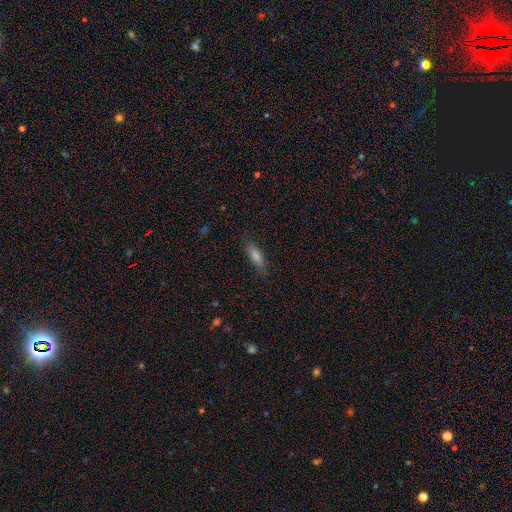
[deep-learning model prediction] A smooth galaxy with no disk features (70%) that is cigar-shaped (50%). Merging: none (82%).